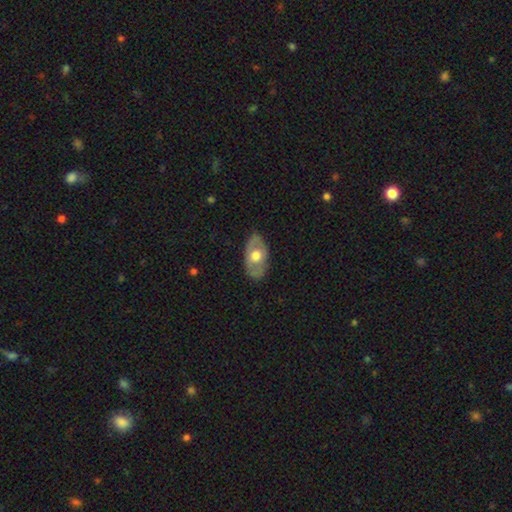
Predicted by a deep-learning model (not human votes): Smooth or featured? Predicted: smooth (p=0.49). Merging? Predicted: none (p=0.78).